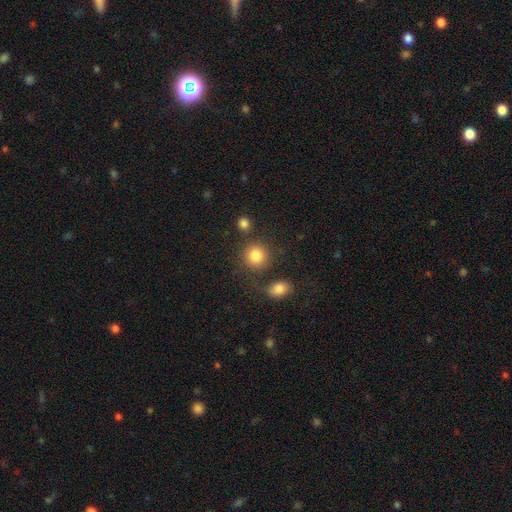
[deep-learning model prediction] Q: Smooth or featured?
A: smooth (83%); runner-up: star or artifact (10%)
Q: How rounded?
A: round (88%); runner-up: in between (11%)
Q: Merging?
A: none (76%); runner-up: minor disturbance (10%)